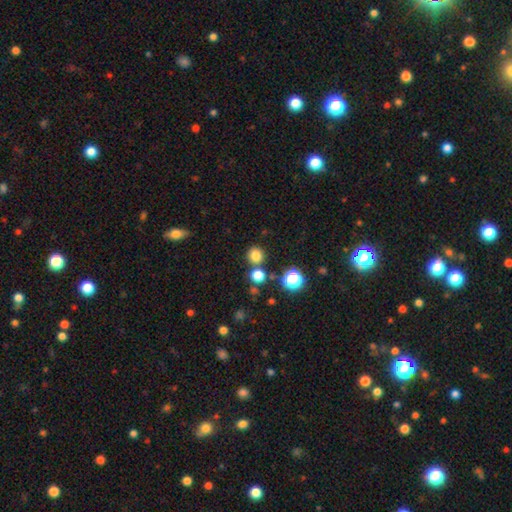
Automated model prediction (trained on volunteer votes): This is likely a smooth galaxy (78%). How rounded: clearly round (94%). Merging: likely none (78%).